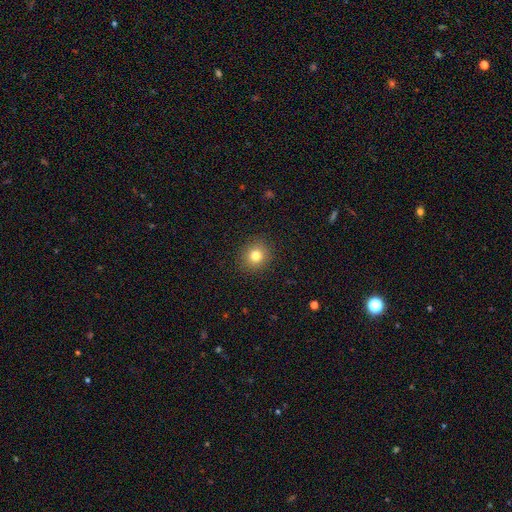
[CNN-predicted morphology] This is likely a smooth galaxy (80%). How rounded: clearly round (87%). Merging: clearly none (91%).